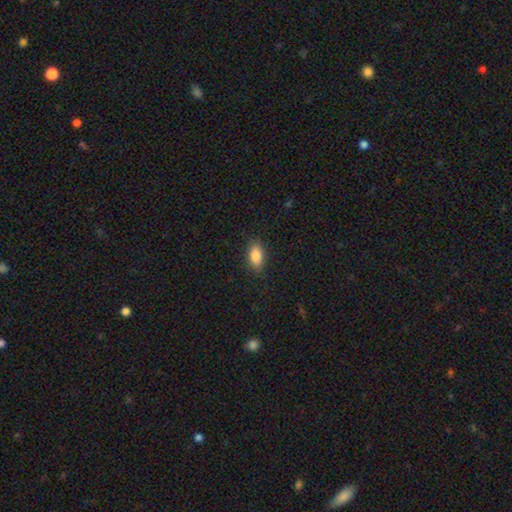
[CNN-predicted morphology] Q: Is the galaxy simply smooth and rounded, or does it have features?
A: smooth — 87%.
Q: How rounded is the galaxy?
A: in between — 90%.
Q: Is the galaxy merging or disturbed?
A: none — 87%.